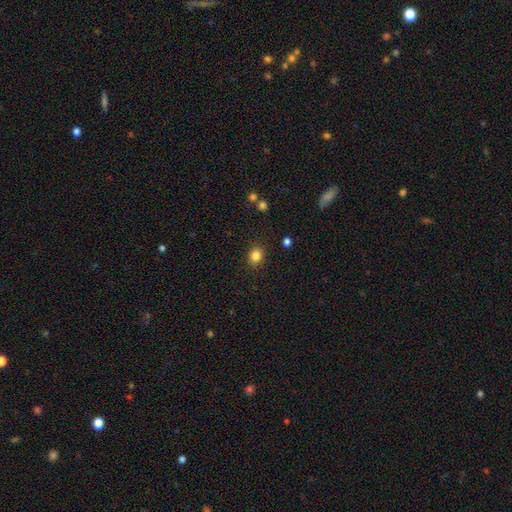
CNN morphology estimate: The model was most divided on "how rounded": round: 59%, in between: 40%, cigar-shaped: 1%. More confident: merging — none (88%); smooth or featured — smooth (83%).